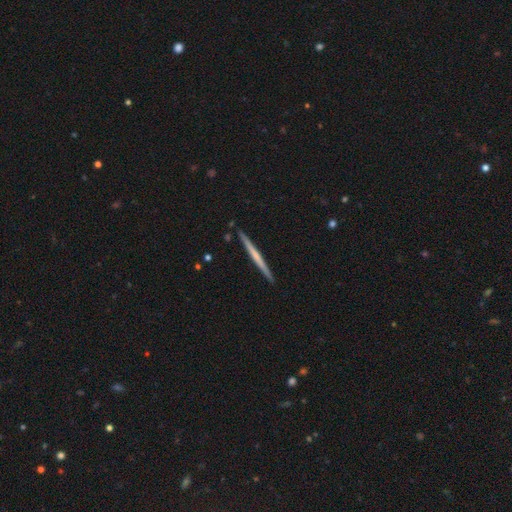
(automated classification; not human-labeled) featured or disk 54%, smooth 41%, star or artifact 5%. Down the decision tree: edge-on disk — yes (98%); edge-on bulge — none (80%); merging — none (92%).